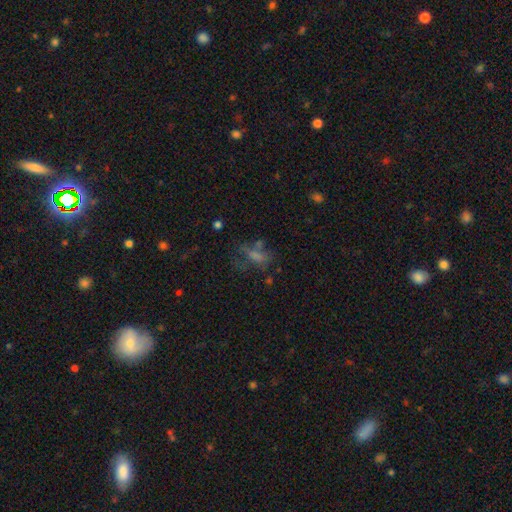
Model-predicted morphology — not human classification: smooth 41%, star or artifact 30%, featured or disk 29%. Down the decision tree: merging — none (49%).